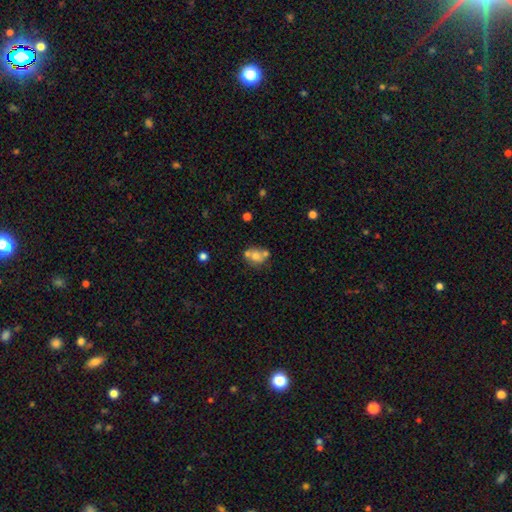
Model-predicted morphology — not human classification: A smooth galaxy with no disk features (61%) that is round (62%). Merging: merger (43%).